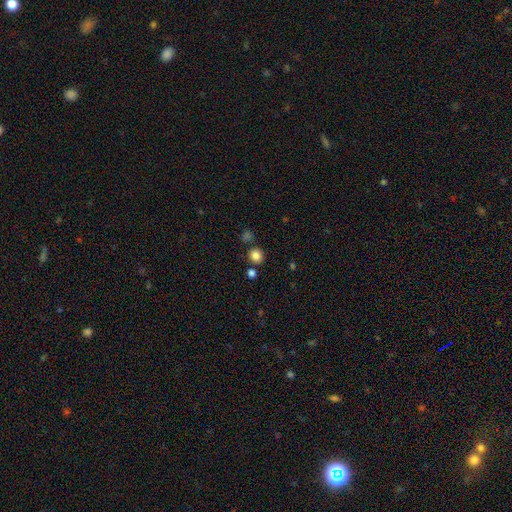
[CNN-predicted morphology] Smooth or featured?
  - smooth: 83% *
  - star or artifact: 12%
  - featured or disk: 4%
How rounded?
  - round: 85% *
  - in between: 14%
  - cigar-shaped: 1%
Merging?
  - none: 81% *
  - merger: 8%
  - minor disturbance: 8%
  - major disturbance: 3%